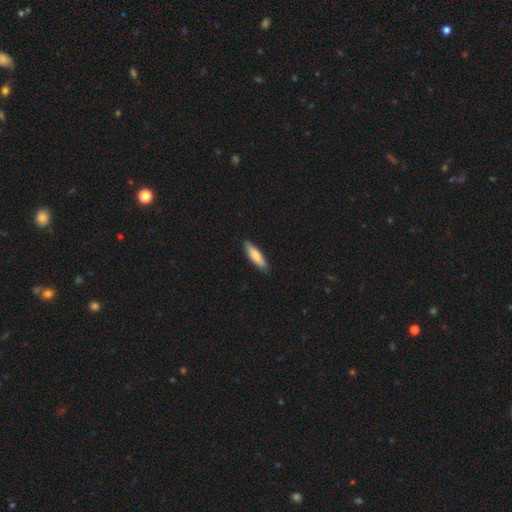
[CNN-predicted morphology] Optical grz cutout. It shows a smooth galaxy with no disk features (80%) that is cigar-shaped (64%). Merging: none (88%).